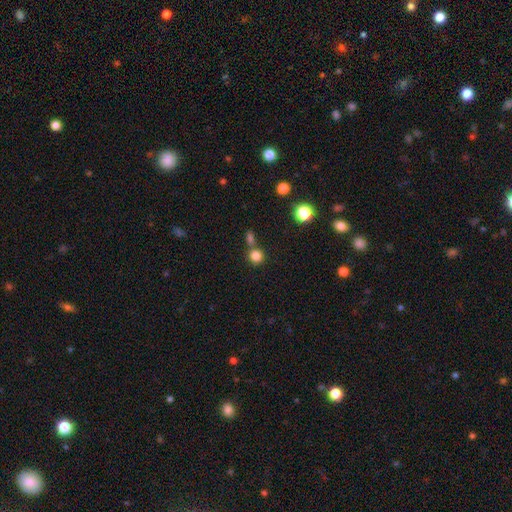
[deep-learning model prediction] Smooth or featured? Predicted: smooth (p=0.82). How rounded? Predicted: round (p=0.89). Merging? Predicted: none (p=0.61).